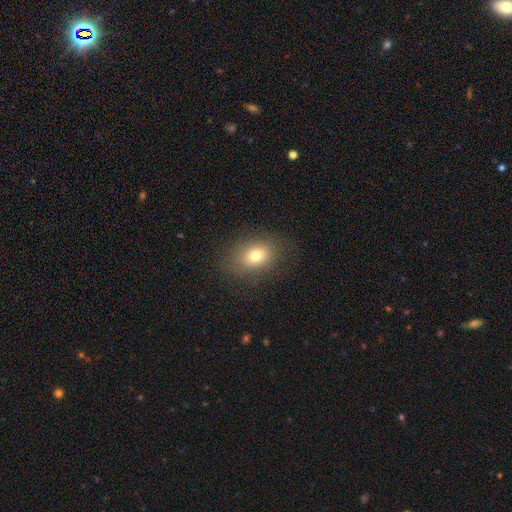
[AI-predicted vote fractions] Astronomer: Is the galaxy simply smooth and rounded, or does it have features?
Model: smooth — 76%.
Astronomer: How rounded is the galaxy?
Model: in between — 67%.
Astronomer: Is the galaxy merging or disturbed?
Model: none — 83%.